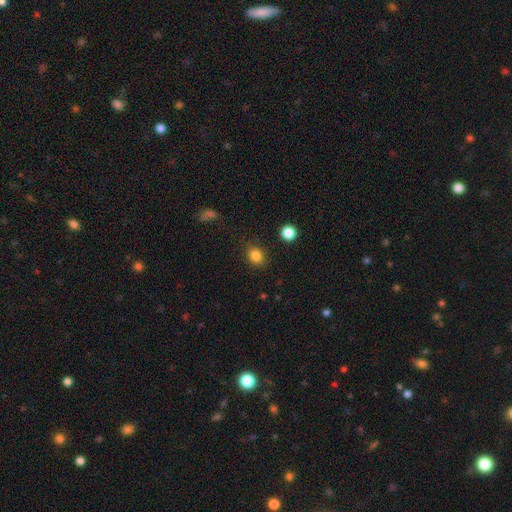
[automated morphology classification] smooth 84%, star or artifact 11%, featured or disk 5%. Down the decision tree: how rounded — round (59%); merging — none (86%).